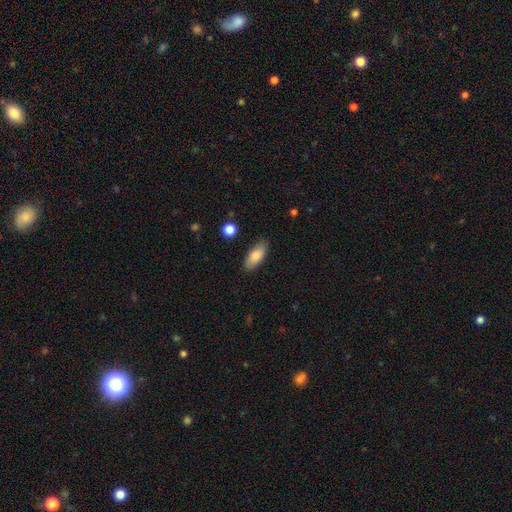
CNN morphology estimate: smooth_or_featured: smooth (p=0.84) [alt: featured or disk p=0.10]
how_rounded: in between (p=0.83) [alt: cigar-shaped p=0.15]
merging: none (p=0.84) [alt: minor disturbance p=0.12]